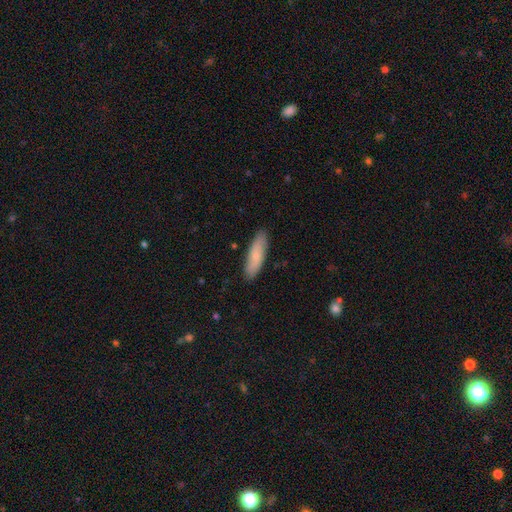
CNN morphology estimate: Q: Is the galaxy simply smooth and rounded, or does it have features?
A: smooth — 77%.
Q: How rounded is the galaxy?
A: cigar-shaped — 59%.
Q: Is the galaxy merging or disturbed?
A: none — 87%.